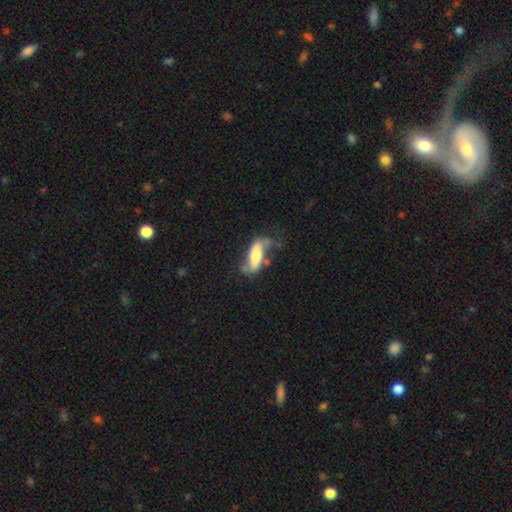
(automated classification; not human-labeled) This is possibly a smooth galaxy (52%). How rounded: possibly in between (50%). Merging: marginally none (43%).